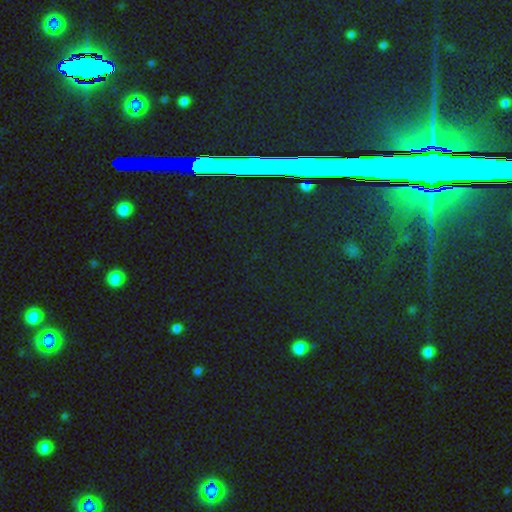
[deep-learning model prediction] Smooth or featured?
  - star or artifact: 83% *
  - smooth: 9%
  - featured or disk: 8%